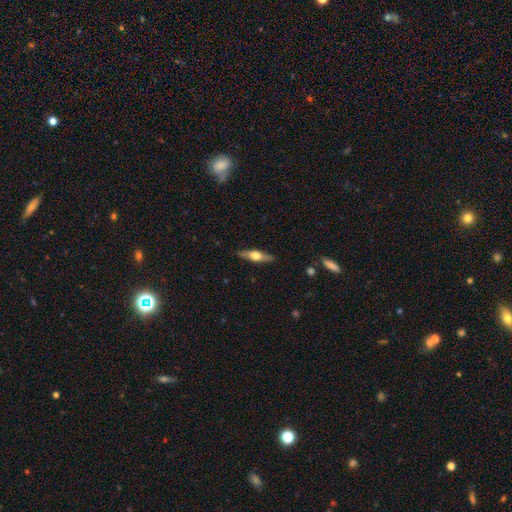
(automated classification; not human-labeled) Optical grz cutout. It shows a featured or disk galaxy (60%) viewed edge-on (94%) with a rounded central bulge (93%). Merging: none (88%).